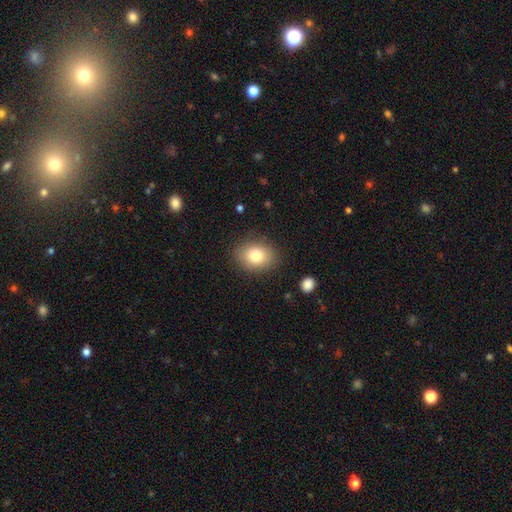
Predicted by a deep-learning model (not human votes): Morphology: type=smooth (81%); roundness=in between (56%); merging=none (85%).